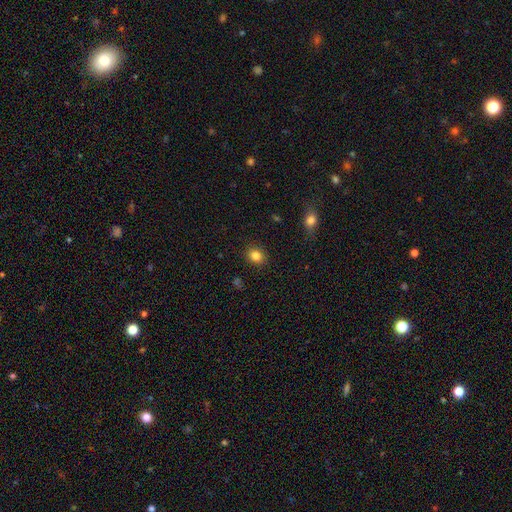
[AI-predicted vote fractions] This appears to be a smooth galaxy with no disk features (84%) that is round (59%). Merging: none (89%).